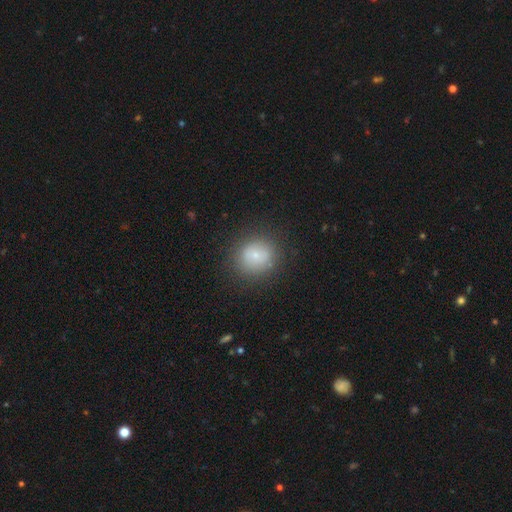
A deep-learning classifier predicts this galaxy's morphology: Smooth or featured? Predicted: smooth (p=0.72). How rounded? Predicted: round (p=0.84). Merging? Predicted: none (p=0.82).